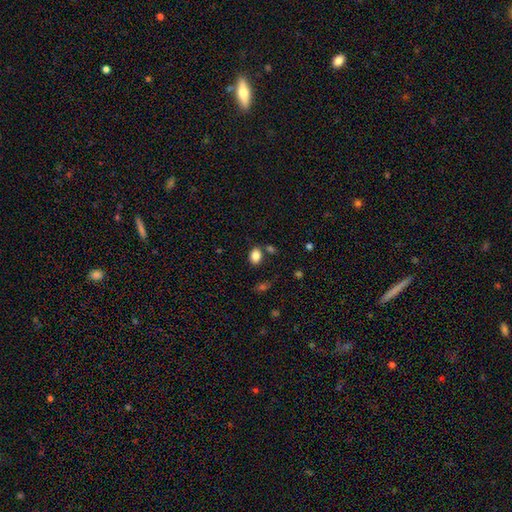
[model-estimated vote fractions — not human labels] smooth-or-featured: smooth: 86% | star or artifact: 9% | featured or disk: 5%
  how-rounded: in between: 73% | round: 26% | cigar-shaped: 1%
  merging: none: 77% | minor disturbance: 12% | merger: 8% | major disturbance: 4%